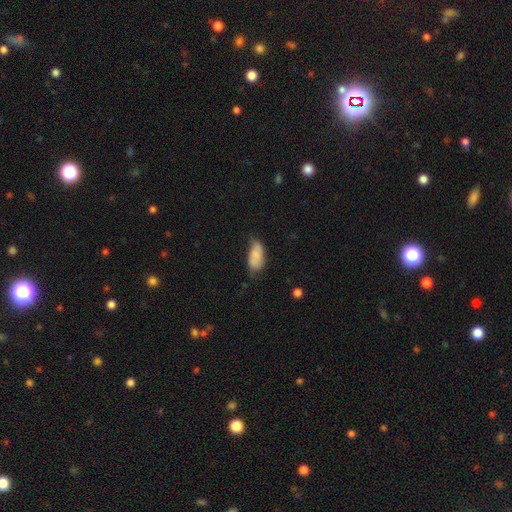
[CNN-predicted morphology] A smooth galaxy with no disk features (80%) that is in between round and cigar-shaped (92%).

Vote fractions:
- Smooth or featured? smooth: 80% / featured or disk: 13% / star or artifact: 7%
- How rounded? in between: 92% / cigar-shaped: 5% / round: 3%
- Merging? none: 43% (tied) / minor disturbance: 43% (tied) / major disturbance: 12% / merger: 3%